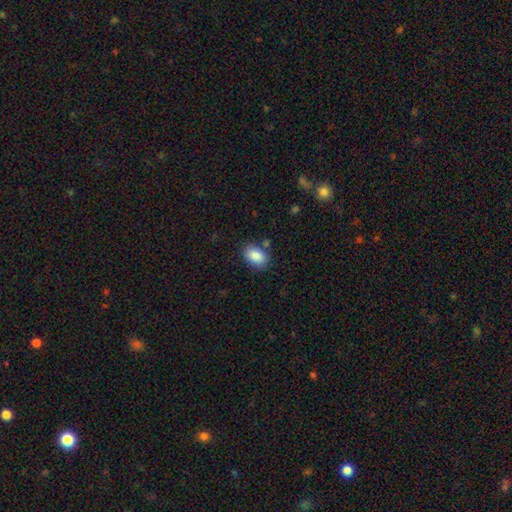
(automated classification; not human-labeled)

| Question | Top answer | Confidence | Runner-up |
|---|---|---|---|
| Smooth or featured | smooth | 88% | star or artifact (7%) |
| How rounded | in between | 86% | round (13%) |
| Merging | none | 79% | minor disturbance (13%) |